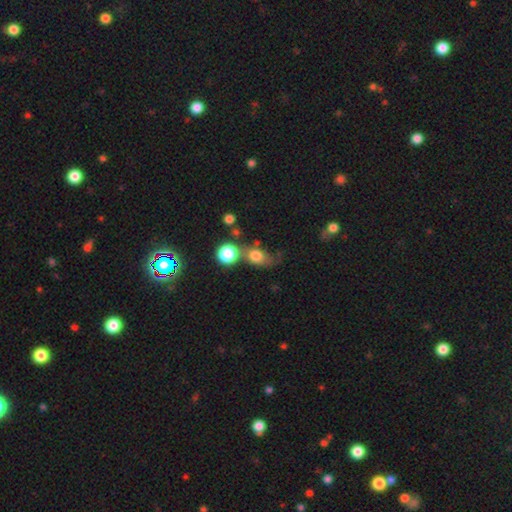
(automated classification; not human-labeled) Smooth or featured? smooth (74%)
How rounded? in between (56%)
Merging? none (43%)